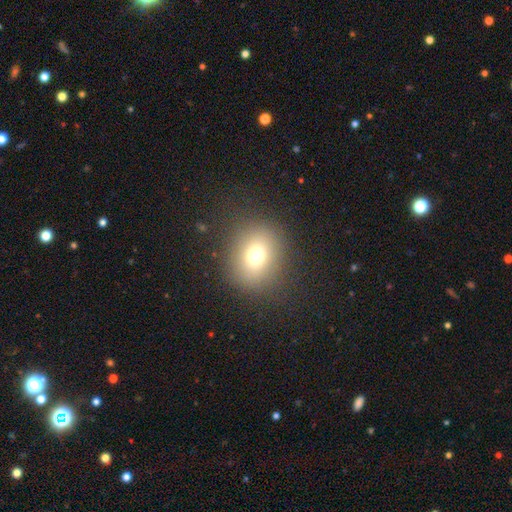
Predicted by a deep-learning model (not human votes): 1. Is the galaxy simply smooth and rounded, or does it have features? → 72% smooth, 16% star or artifact, 12% featured or disk.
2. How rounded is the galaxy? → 72% round, 27% in between, 1% cigar-shaped.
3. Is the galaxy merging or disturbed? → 85% none, 9% minor disturbance, 5% major disturbance, 1% merger.